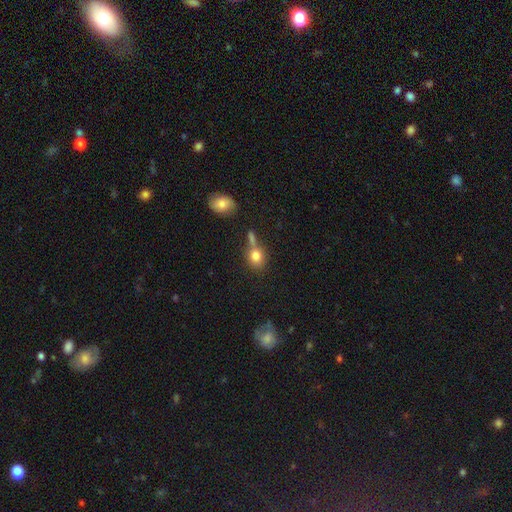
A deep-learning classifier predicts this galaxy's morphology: Overall: smooth (80%). How rounded: round (68%; in between 30%). Merging: none (57%; merger 24%).